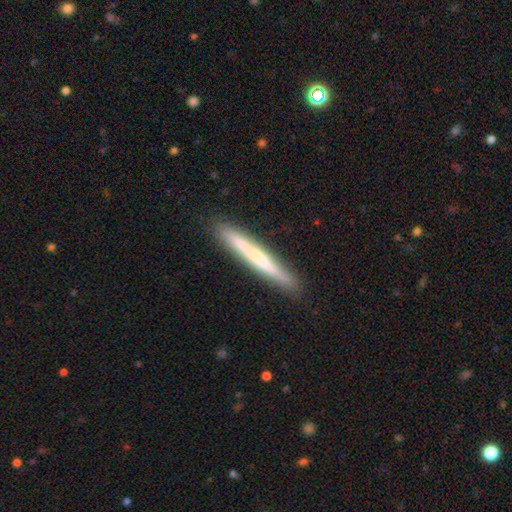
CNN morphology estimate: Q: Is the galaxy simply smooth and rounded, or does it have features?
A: smooth — 51%.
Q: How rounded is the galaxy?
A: cigar-shaped — 97%.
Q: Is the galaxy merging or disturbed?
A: none — 90%.